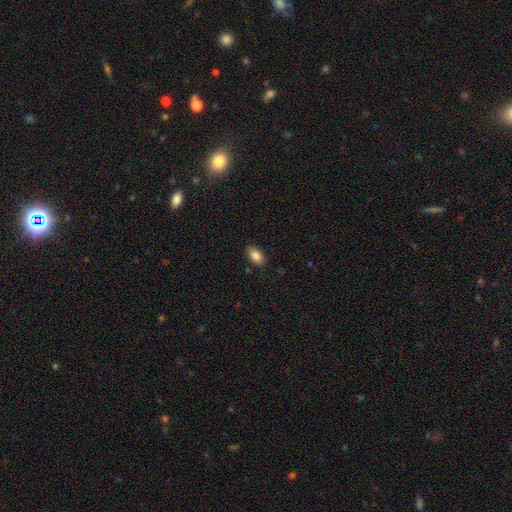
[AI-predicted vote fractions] Smooth or featured: smooth — 86% (star or artifact — 8%)
How rounded: in between — 91% (round — 7%)
Merging: none — 88% (minor disturbance — 9%)